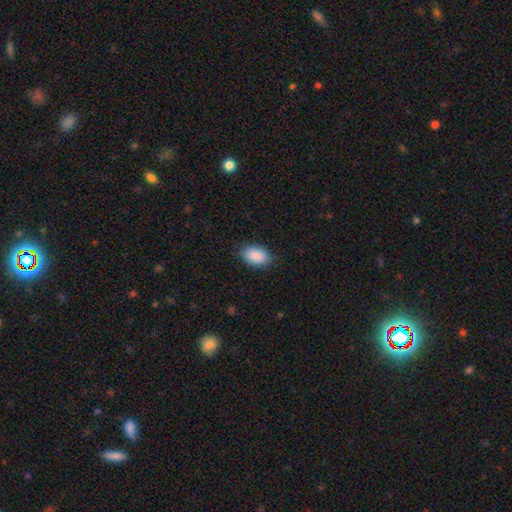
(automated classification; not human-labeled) Smooth or featured? Predicted: smooth (p=0.91). How rounded? Predicted: in between (p=0.92). Merging? Predicted: none (p=0.86).